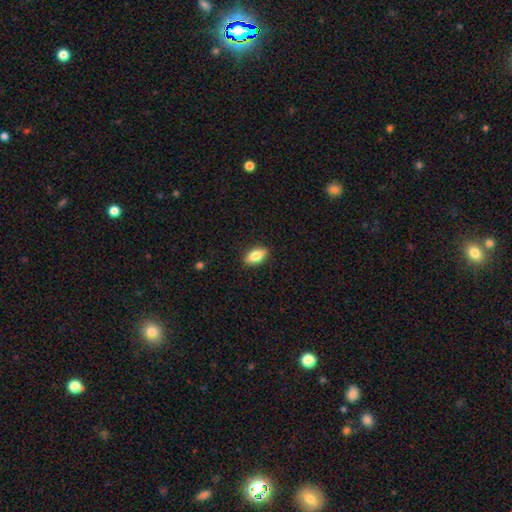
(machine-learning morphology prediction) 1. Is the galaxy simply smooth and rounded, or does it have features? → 80% smooth, 13% featured or disk, 7% star or artifact.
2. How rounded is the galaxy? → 88% in between, 7% cigar-shaped, 5% round.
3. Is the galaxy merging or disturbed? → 89% none, 8% minor disturbance, 2% major disturbance, 1% merger.